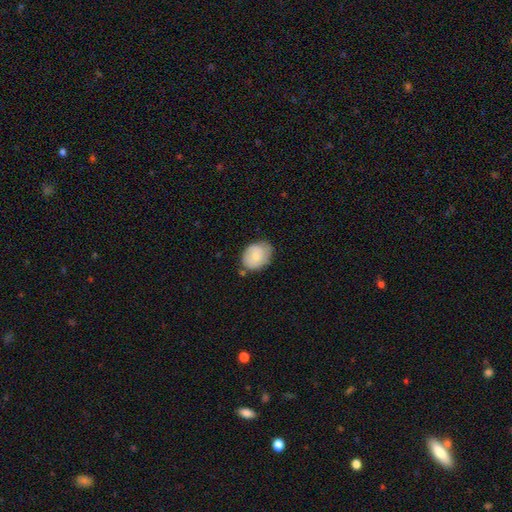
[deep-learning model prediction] This is likely a smooth galaxy (67%). How rounded: likely in between (60%). Merging: likely none (61%).